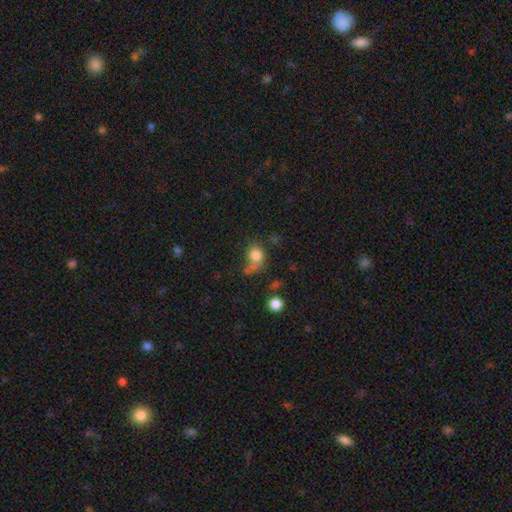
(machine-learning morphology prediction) Smooth or featured?
  - smooth: 77% *
  - star or artifact: 11%
  - featured or disk: 11%
How rounded?
  - round: 66% *
  - in between: 33%
  - cigar-shaped: 1%
Merging?
  - none: 40% *
  - major disturbance: 21%
  - minor disturbance: 20%
  - merger: 18%